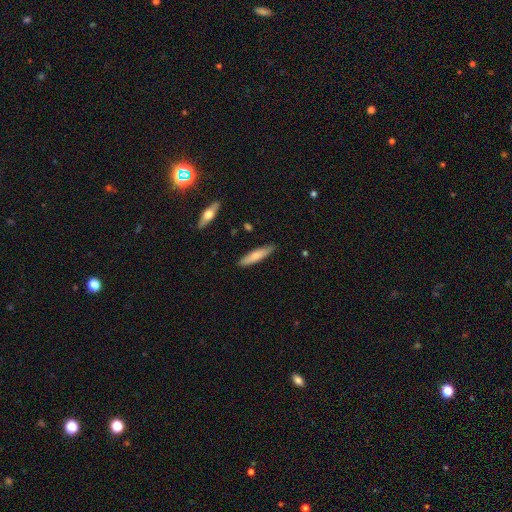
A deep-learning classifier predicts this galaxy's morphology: smooth_or_featured: smooth (p=0.70) [alt: featured or disk p=0.24]
how_rounded: cigar-shaped (p=0.81) [alt: in between p=0.18]
merging: none (p=0.88) [alt: minor disturbance p=0.09]